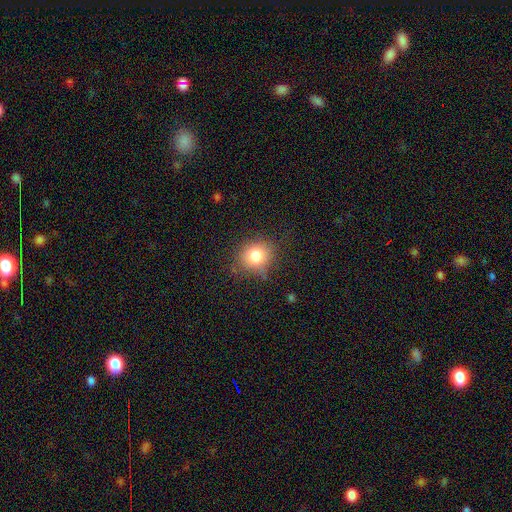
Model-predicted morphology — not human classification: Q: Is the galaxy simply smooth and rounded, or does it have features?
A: smooth — 79%.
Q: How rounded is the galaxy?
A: round — 75%.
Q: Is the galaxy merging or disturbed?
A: none — 75%.